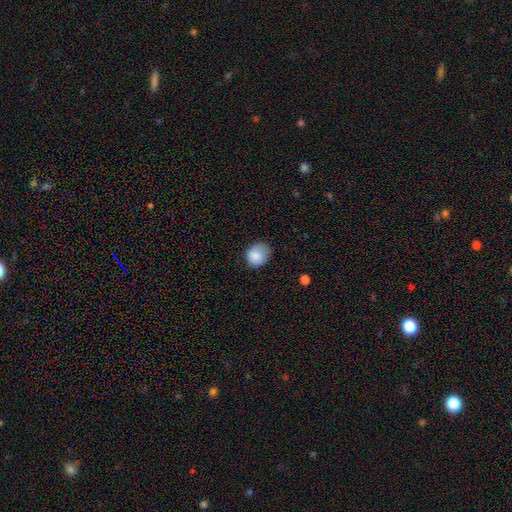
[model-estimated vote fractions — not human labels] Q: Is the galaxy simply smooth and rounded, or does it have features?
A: smooth — 86%.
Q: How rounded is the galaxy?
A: round — 69%.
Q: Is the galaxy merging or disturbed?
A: none — 60%.